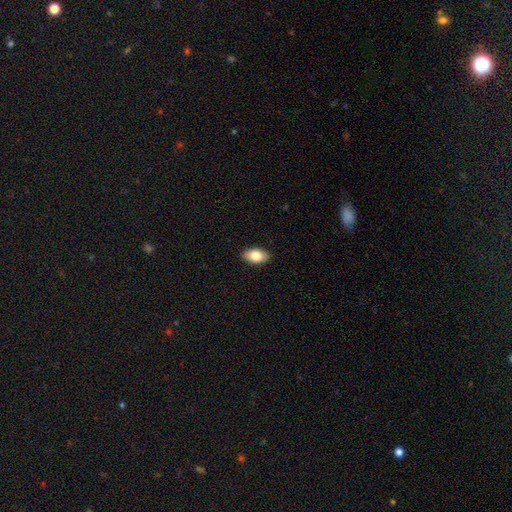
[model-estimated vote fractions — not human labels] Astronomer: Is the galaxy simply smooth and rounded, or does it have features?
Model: smooth — 83%.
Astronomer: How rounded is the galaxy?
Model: in between — 92%.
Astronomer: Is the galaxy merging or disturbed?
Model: none — 90%.